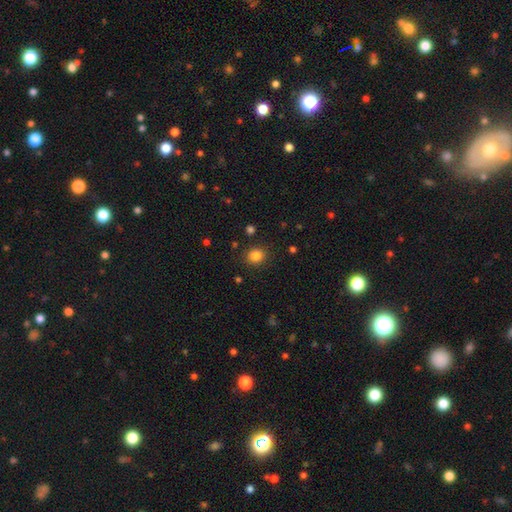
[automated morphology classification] A smooth galaxy with no disk features (84%) that is round (79%). Merging: none (88%).